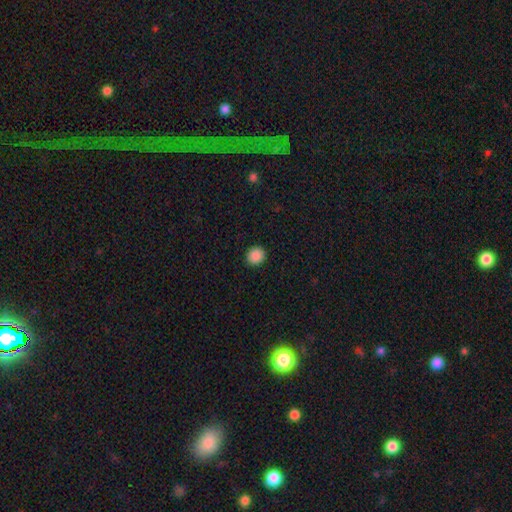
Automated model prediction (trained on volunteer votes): smooth_or_featured: smooth (p=0.89) [alt: star or artifact p=0.09]
how_rounded: round (p=0.83) [alt: in between p=0.16]
merging: none (p=0.92) [alt: minor disturbance p=0.05]